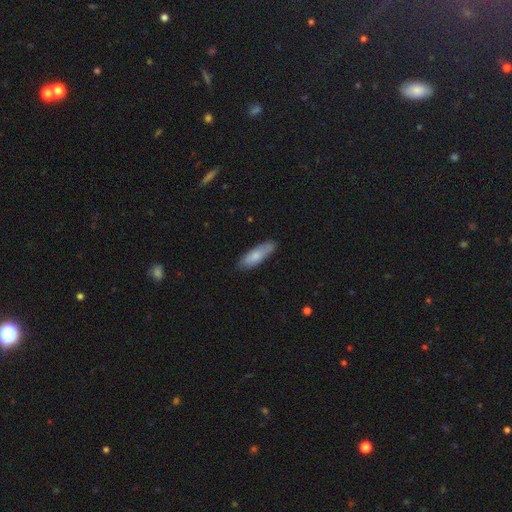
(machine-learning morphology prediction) A smooth galaxy with no disk features (76%) that is in between round and cigar-shaped (51%).

Vote fractions:
- Smooth or featured? smooth: 76% / featured or disk: 19% / star or artifact: 6%
- How rounded? in between: 51% / cigar-shaped: 47% / round: 2%
- Merging? none: 79% / minor disturbance: 17% / major disturbance: 3% / merger: 1%